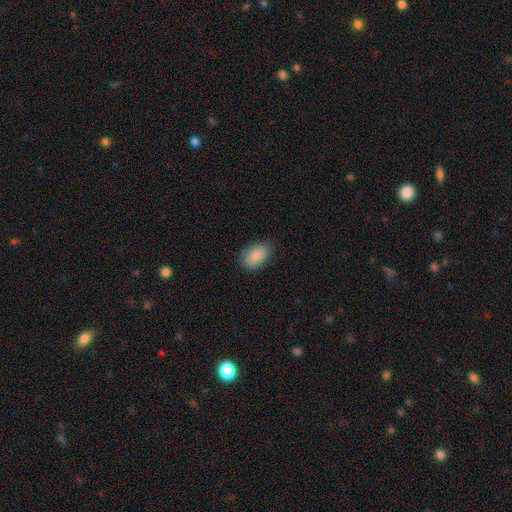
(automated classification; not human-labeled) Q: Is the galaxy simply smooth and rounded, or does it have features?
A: smooth — 88%.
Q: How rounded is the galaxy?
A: in between — 89%.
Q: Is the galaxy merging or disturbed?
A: none — 80%.